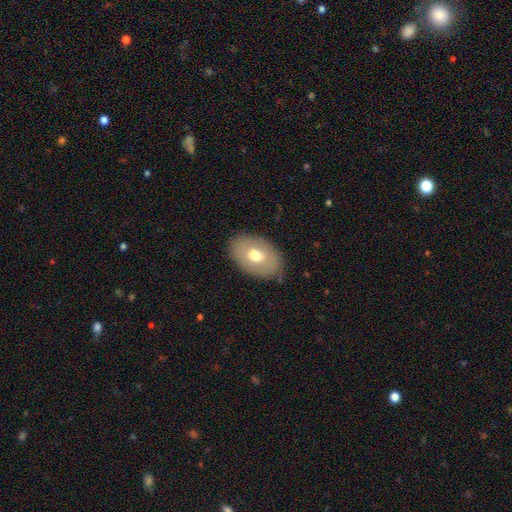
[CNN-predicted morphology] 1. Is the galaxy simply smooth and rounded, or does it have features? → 65% smooth, 28% featured or disk, 8% star or artifact.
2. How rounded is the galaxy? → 87% in between, 12% round, 1% cigar-shaped.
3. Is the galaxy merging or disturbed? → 78% none, 15% minor disturbance, 4% major disturbance, 3% merger.